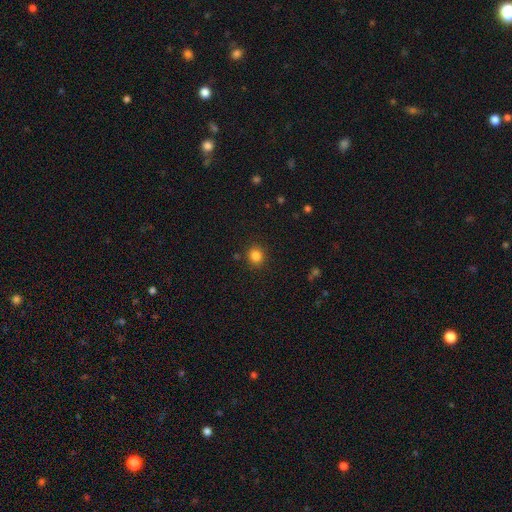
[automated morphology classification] Q: Smooth or featured?
A: smooth (84%); runner-up: star or artifact (12%)
Q: How rounded?
A: round (86%); runner-up: in between (13%)
Q: Merging?
A: none (89%); runner-up: minor disturbance (7%)